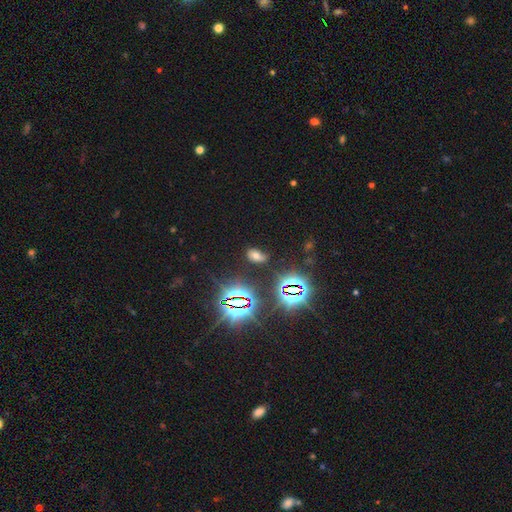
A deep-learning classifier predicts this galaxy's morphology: type=smooth (45%); merging=none (76%).